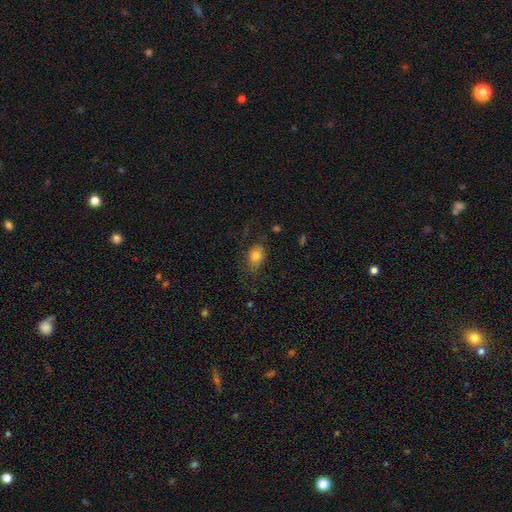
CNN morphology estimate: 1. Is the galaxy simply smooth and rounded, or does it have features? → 74% smooth, 17% featured or disk, 9% star or artifact.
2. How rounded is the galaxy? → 76% in between, 22% round, 2% cigar-shaped.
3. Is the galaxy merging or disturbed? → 58% none, 23% minor disturbance, 18% major disturbance, 2% merger.